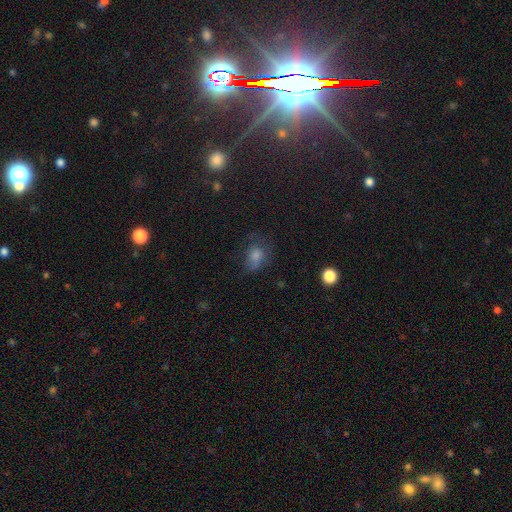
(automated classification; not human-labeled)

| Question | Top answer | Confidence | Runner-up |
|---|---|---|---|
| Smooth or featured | smooth | 61% | star or artifact (22%) |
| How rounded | in between | 57% | round (41%) |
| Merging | none | 51% | minor disturbance (27%) |